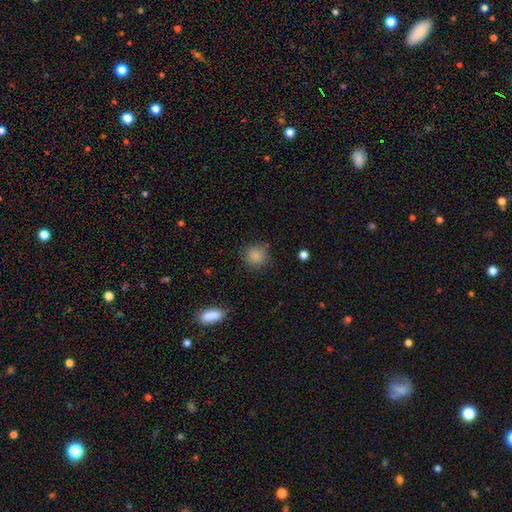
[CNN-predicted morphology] This appears to be a smooth galaxy with no disk features (86%) that is round (88%). Merging: none (84%).